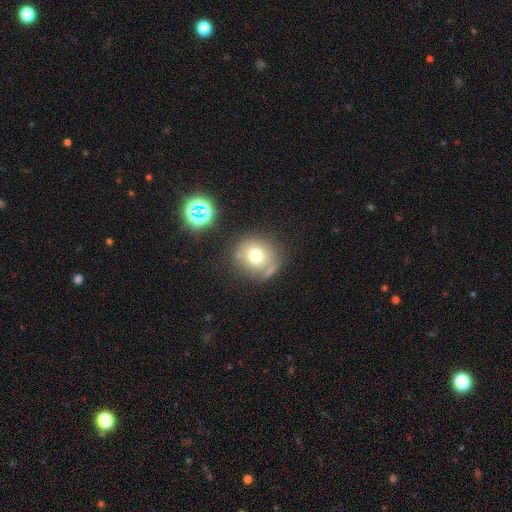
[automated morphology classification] Overall: smooth (70%). How rounded: round (85%). Merging: none (67%).